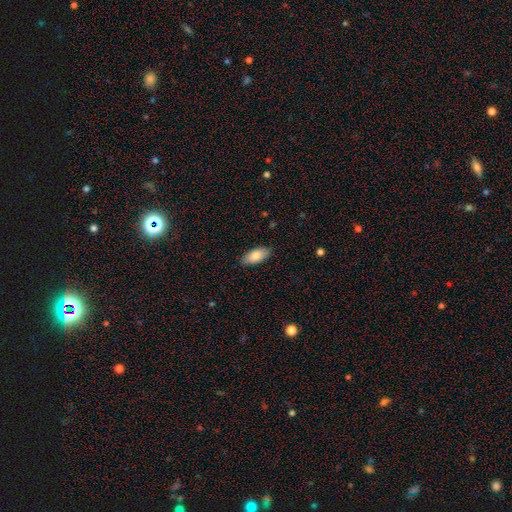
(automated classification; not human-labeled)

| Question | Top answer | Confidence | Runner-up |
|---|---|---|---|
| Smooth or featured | smooth | 83% | featured or disk (11%) |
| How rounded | in between | 89% | cigar-shaped (9%) |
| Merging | none | 86% | minor disturbance (11%) |